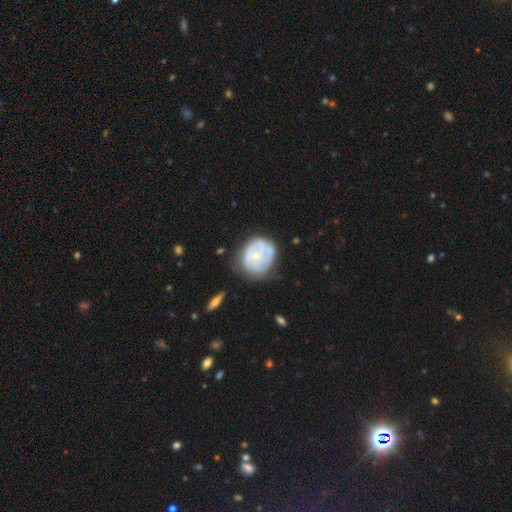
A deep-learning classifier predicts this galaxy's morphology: Q: Smooth or featured?
A: featured or disk (62%); runner-up: smooth (32%)
Q: Edge-on disk?
A: no (97%); runner-up: yes (3%)
Q: Bar?
A: no (78%); runner-up: weak (18%)
Q: Spiral arms?
A: yes (55%); runner-up: no (45%)
Q: Bulge size?
A: small (67%); runner-up: moderate (28%)
Q: Merging?
A: none (53%); runner-up: minor disturbance (29%)